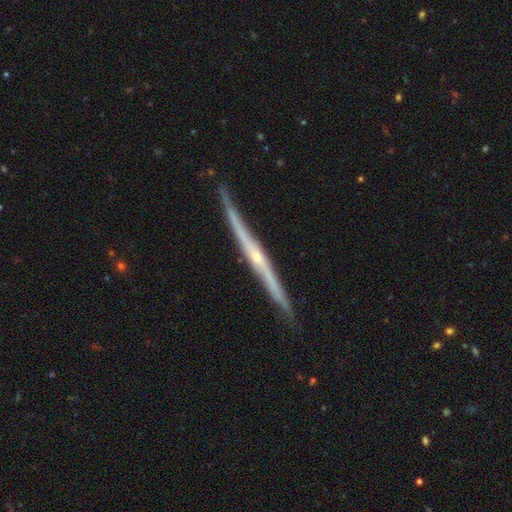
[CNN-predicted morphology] A featured or disk galaxy (84%) viewed edge-on (97%) with a rounded central bulge (63%). Merging: none (83%).